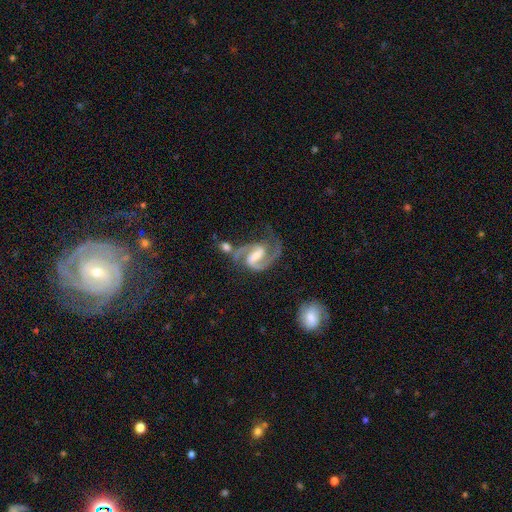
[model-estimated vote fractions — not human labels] Morphology: type=featured or disk (92%); edge-on=no (98%); bar=strong (45%); spiral arms=yes (98%); winding=medium (63%); arm count=2 (92%); bulge=moderate (41%); merging=none (54%).